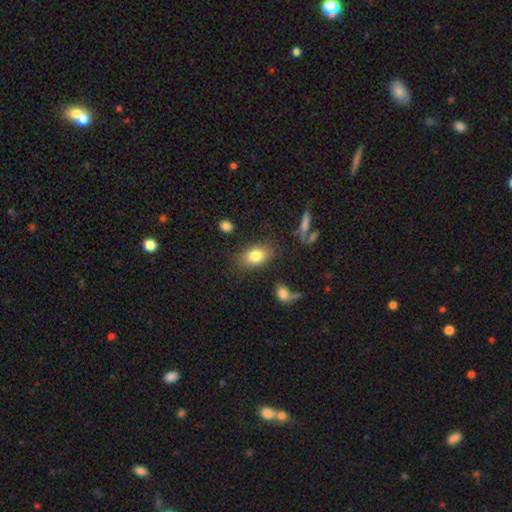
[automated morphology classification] Q: Smooth or featured?
A: smooth (81%); runner-up: featured or disk (11%)
Q: How rounded?
A: in between (84%); runner-up: round (14%)
Q: Merging?
A: none (80%); runner-up: minor disturbance (13%)